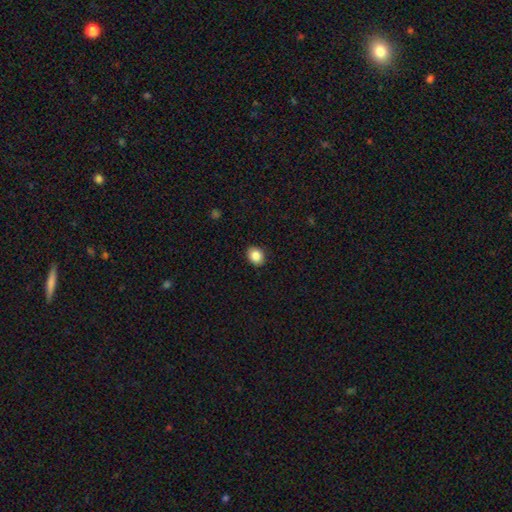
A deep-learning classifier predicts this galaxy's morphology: The model was most divided on "how rounded": in between: 51%, round: 48%, cigar-shaped: 1%. More confident: merging — none (90%); smooth or featured — smooth (86%).